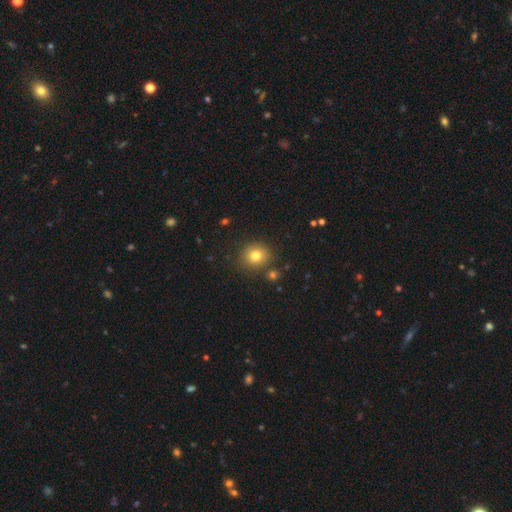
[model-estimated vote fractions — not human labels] Smooth or featured: smooth — 78% (star or artifact — 13%)
How rounded: round — 84% (in between — 15%)
Merging: none — 83% (minor disturbance — 9%)